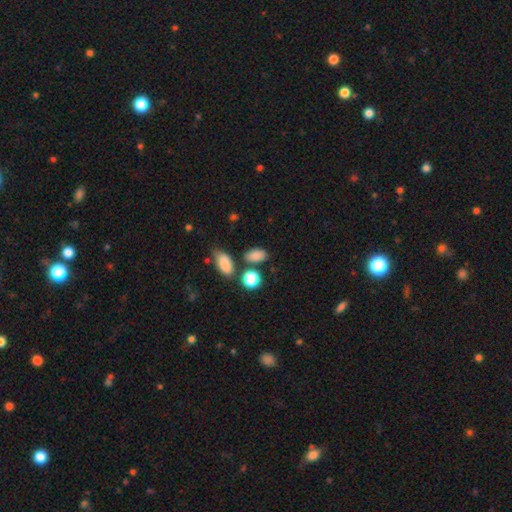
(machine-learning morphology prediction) Q: Smooth or featured?
A: smooth (83%); runner-up: star or artifact (11%)
Q: How rounded?
A: in between (86%); runner-up: round (12%)
Q: Merging?
A: none (70%); runner-up: minor disturbance (14%)